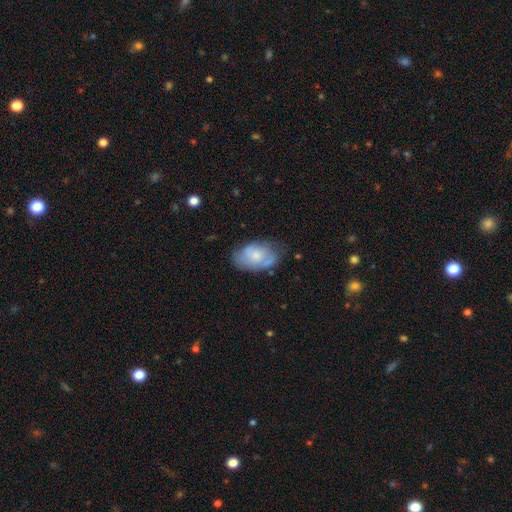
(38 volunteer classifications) Smooth or featured: featured or disk — 53% (smooth — 42%)
Edge-on disk: no — 95% (yes — 5%)
Bar: no — 100%
Spiral arms: yes — 53% (no — 47%)
Spiral winding: tight — 40% (medium — 30%)
Spiral arm count: can't tell — 50% (2 — 30%)
Bulge size: moderate — 58% (small — 37%)
Merging: none — 69% (minor disturbance — 25%)